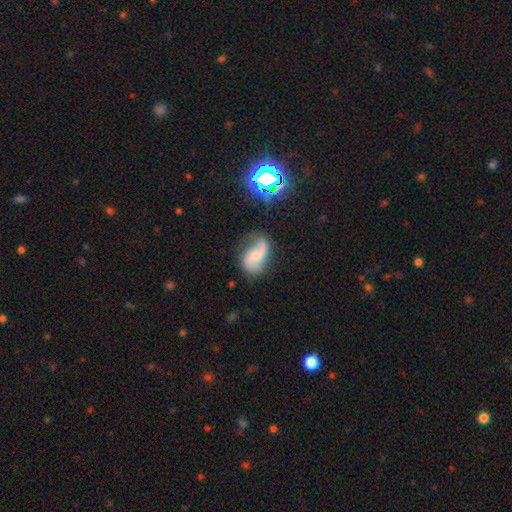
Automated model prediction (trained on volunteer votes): This is likely a featured or disk galaxy (67%). It is clearly not viewed edge-on (96%). Bar: likely no (62%). Spiral arm pattern: clearly yes (89%). Spiral arm count: likely 2 (77%). Spiral winding: possibly loose (60%). Central bulge: possibly small (48%). Merging: possibly none (54%).